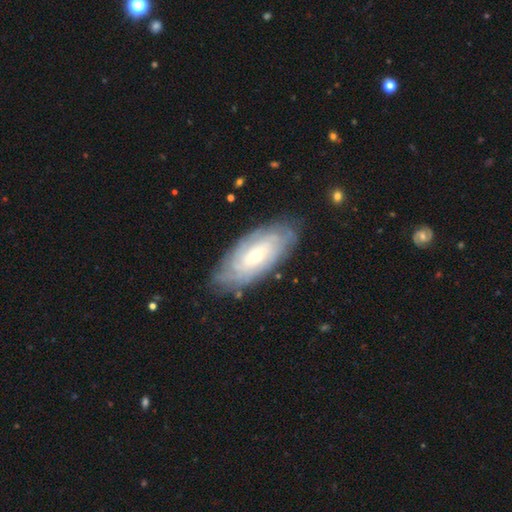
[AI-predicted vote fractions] Overall: featured or disk (76%). Edge-on disk: no (91%). Bar: no (67%). Spiral arms: yes (91%). Spiral arm count: can't tell (56%). Spiral winding: tight (78%). Bulge size: small (65%; moderate 31%). Merging: none (80%).